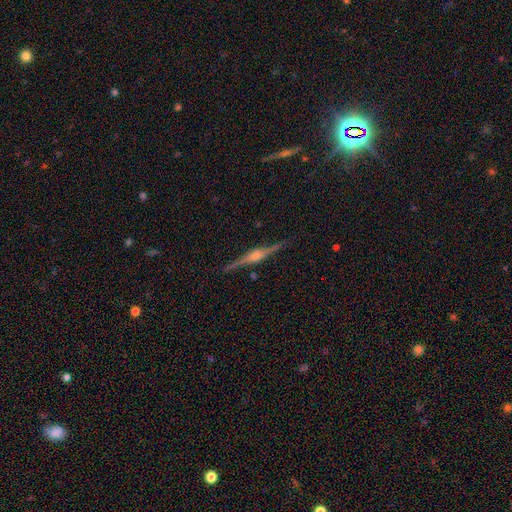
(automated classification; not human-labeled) This is clearly a featured or disk galaxy (87%). It is clearly viewed edge-on (98%). Edge-on bulge: clearly rounded (84%). Merging: clearly none (90%).